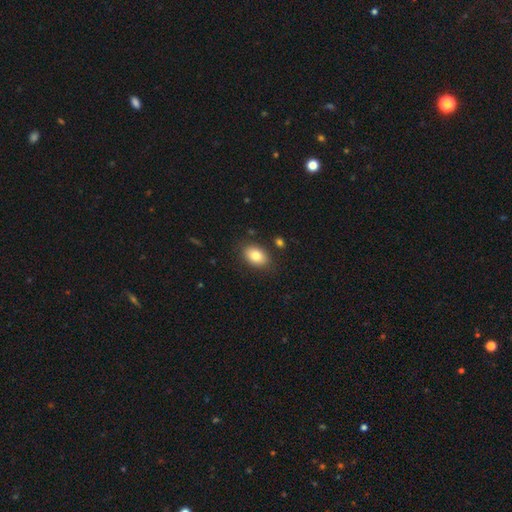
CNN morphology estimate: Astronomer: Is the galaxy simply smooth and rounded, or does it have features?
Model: smooth — 83%.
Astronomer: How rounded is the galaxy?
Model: in between — 86%.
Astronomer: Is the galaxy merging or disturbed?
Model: none — 85%.